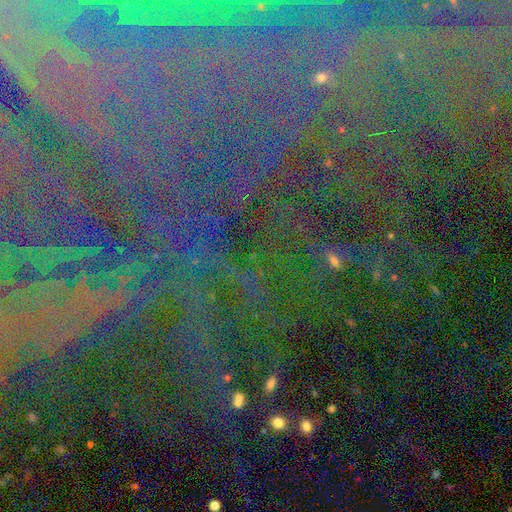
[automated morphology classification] This appears to be a star or artifact, not a galaxy (82%).